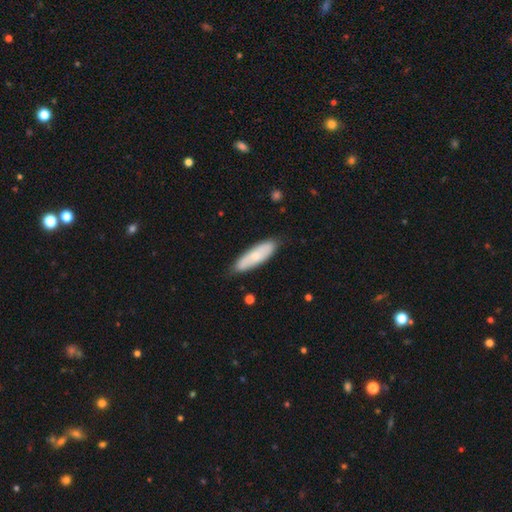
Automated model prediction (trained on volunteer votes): smooth 66%, featured or disk 28%, star or artifact 6%. Down the decision tree: how rounded — cigar-shaped (50%); merging — none (81%).